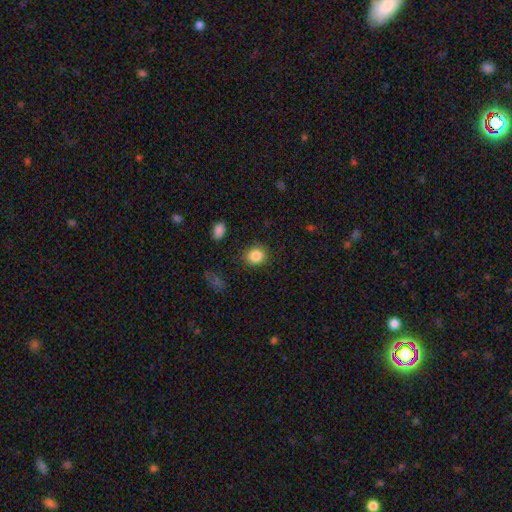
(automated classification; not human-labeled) Overall: smooth (86%). How rounded: round (72%). Merging: none (86%).